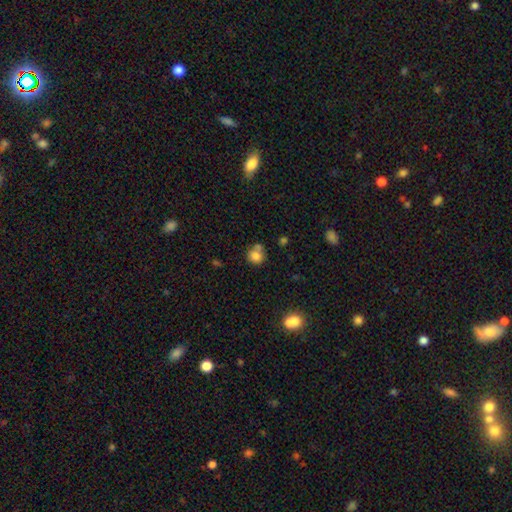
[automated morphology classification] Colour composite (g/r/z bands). It shows a smooth galaxy with no disk features (80%) that is round (81%). Merging: none (50%).